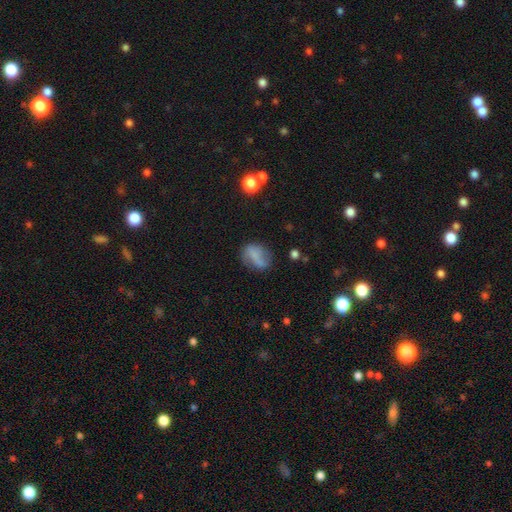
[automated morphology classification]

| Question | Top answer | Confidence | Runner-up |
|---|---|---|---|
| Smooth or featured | smooth | 58% | featured or disk (31%) |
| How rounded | in between | 70% | round (27%) |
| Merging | none | 53% | minor disturbance (27%) |